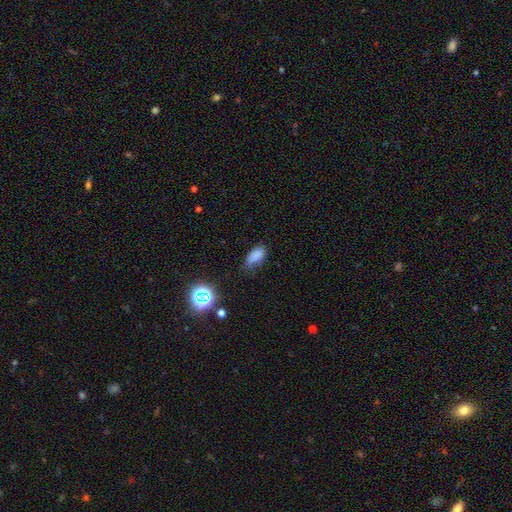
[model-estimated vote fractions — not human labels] Morphology: type=smooth (79%); roundness=in between (89%); merging=none (53%).